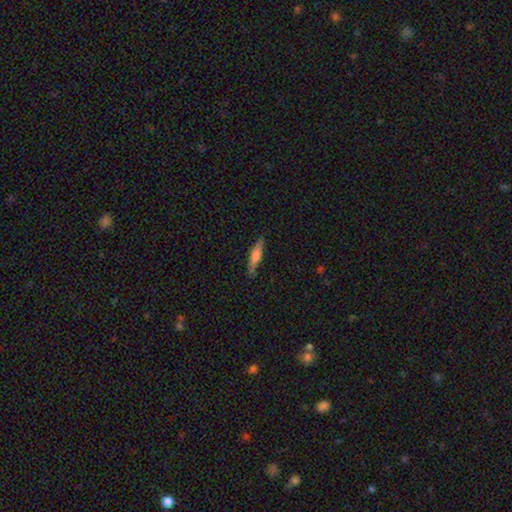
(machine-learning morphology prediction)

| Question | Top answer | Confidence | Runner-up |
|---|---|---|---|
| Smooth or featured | smooth | 54% | featured or disk (40%) |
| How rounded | cigar-shaped | 83% | in between (15%) |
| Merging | none | 83% | minor disturbance (13%) |